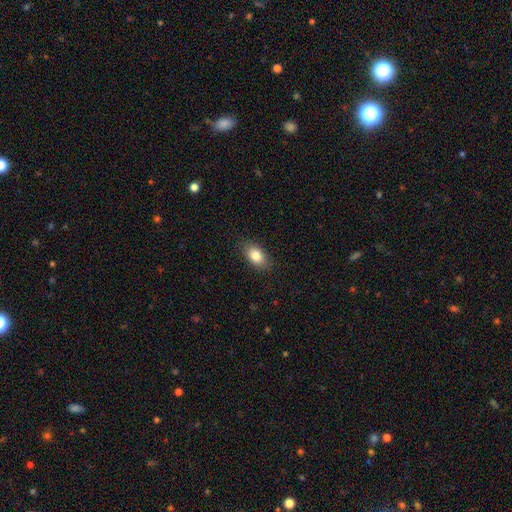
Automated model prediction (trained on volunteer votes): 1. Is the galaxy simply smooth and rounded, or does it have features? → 83% smooth, 9% featured or disk, 8% star or artifact.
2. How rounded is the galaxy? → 87% in between, 11% round, 2% cigar-shaped.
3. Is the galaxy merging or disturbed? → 85% none, 11% minor disturbance, 3% major disturbance, 1% merger.